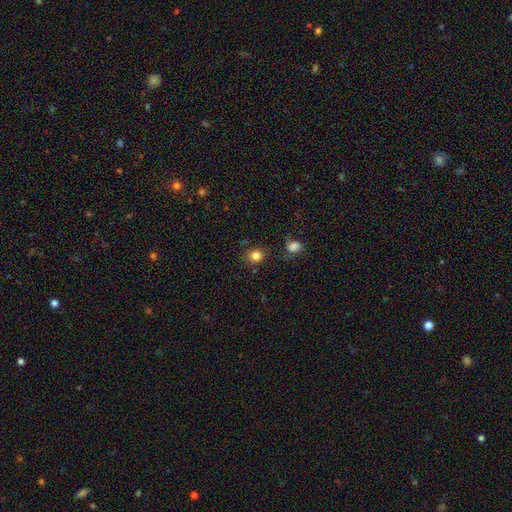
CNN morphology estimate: This is clearly a smooth galaxy (83%). How rounded: likely round (73%). Merging: likely none (79%).